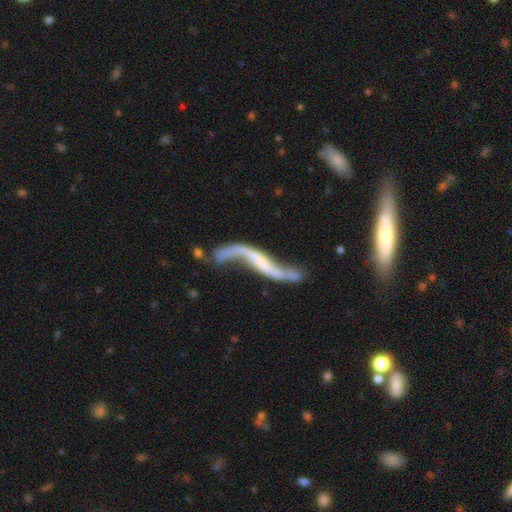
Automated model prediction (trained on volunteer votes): This is clearly a featured or disk galaxy (83%). It is clearly not viewed edge-on (81%). Bar: marginally no (38%). Spiral arm pattern: clearly yes (88%). Spiral arm count: clearly 2 (89%). Spiral winding: clearly loose (95%). Central bulge: possibly none (49%). Merging: possibly none (45%).